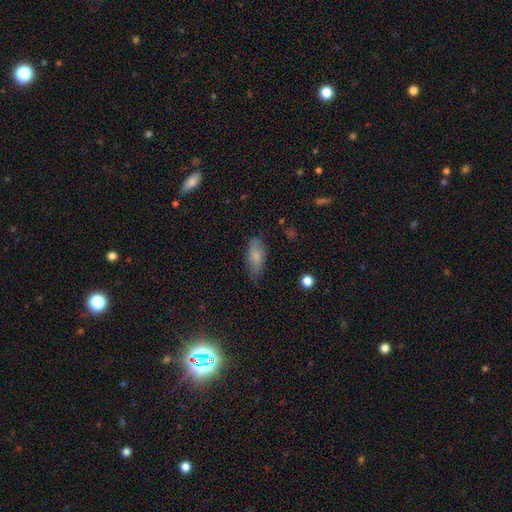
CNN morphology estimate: smooth-or-featured: smooth: 78% | featured or disk: 14% | star or artifact: 7%
  how-rounded: in between: 83% | cigar-shaped: 15% | round: 3%
  merging: none: 70% | minor disturbance: 24% | major disturbance: 5% | merger: 1%